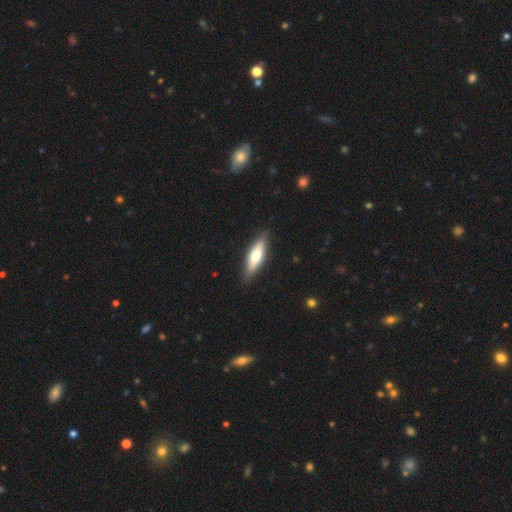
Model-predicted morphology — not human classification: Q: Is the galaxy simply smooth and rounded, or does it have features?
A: smooth — 54%.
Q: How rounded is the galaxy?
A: cigar-shaped — 60%.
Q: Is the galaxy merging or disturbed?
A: none — 87%.